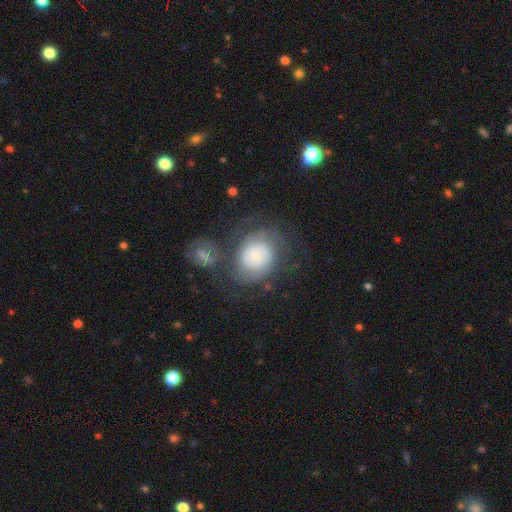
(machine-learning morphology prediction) This appears to be a featured or disk galaxy (61%) with no bar (74%), 2 (49%) tight (60%) spiral arms (88%) and a small central bulge (40%). Merging: none (53%).